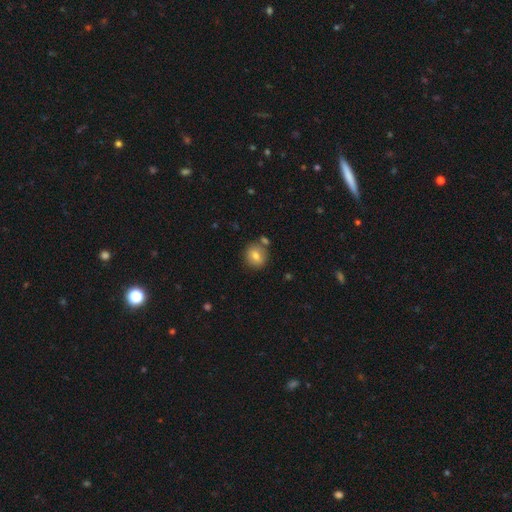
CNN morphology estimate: Overall: smooth (76%). How rounded: round (83%). Merging: none (75%).